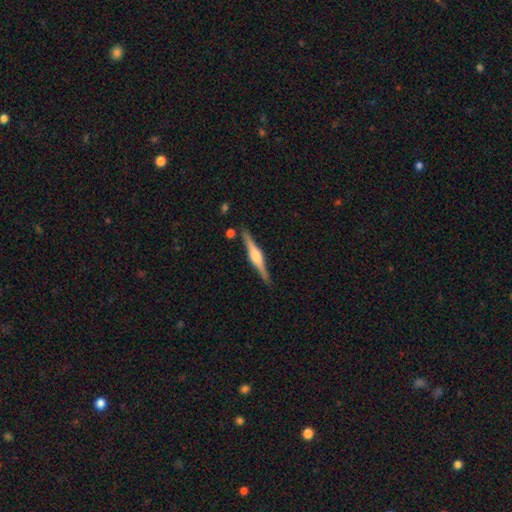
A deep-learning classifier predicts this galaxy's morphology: A featured or disk galaxy (79%) viewed edge-on (98%) with a rounded central bulge (81%).

Vote fractions:
- Smooth or featured? featured or disk: 79% / smooth: 16% / star or artifact: 5%
- Edge-on disk? yes: 98% / no: 2%
- Edge-on bulge? rounded: 81% / boxy: 16% / none: 3%
- Merging? none: 88% / minor disturbance: 8% / merger: 2% / major disturbance: 2%